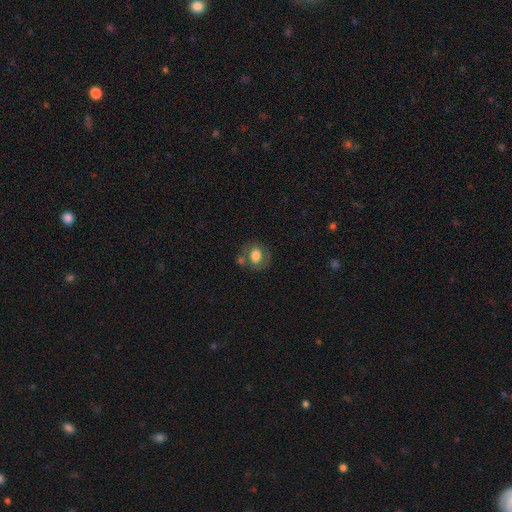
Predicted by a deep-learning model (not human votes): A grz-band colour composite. It shows a smooth galaxy with no disk features (70%) that is round (50%). Merging: none (57%).